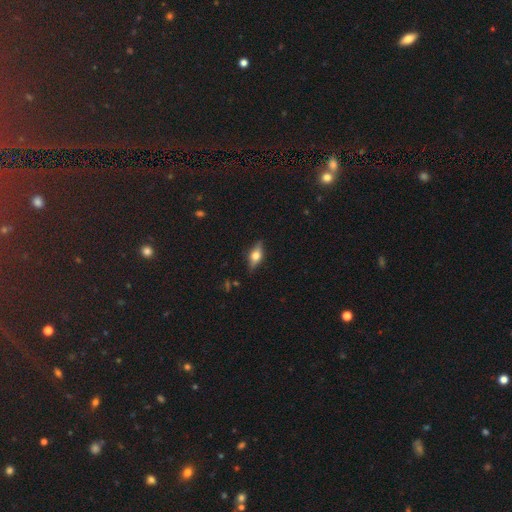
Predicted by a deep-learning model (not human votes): smooth-or-featured: featured or disk: 52% | smooth: 41% | star or artifact: 8%
  disk-edge-on: yes: 91% | no: 9%
  merging: none: 85% | minor disturbance: 11% | major disturbance: 3% | merger: 1%